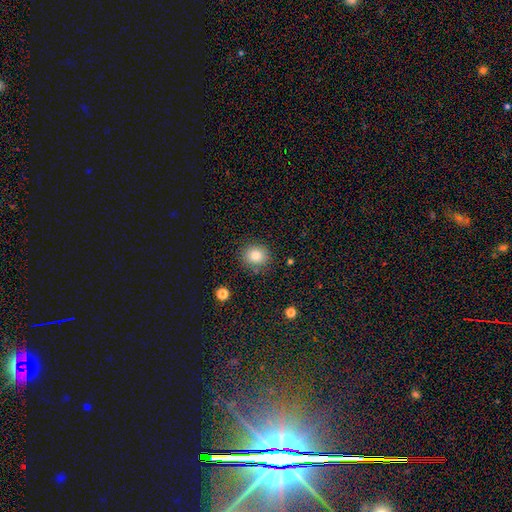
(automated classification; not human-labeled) Smooth or featured? smooth (82%)
How rounded? round (81%)
Merging? none (85%)